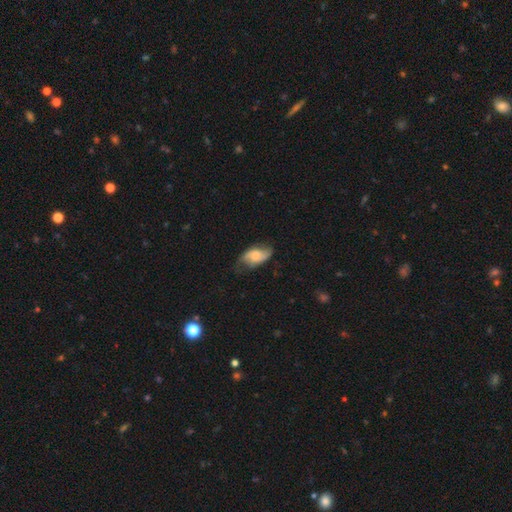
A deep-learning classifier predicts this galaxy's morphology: A featured or disk galaxy (49%).

Vote fractions:
- Smooth or featured? featured or disk: 49% / smooth: 44% / star or artifact: 8%
- Merging? none: 61% / minor disturbance: 27% / major disturbance: 10% / merger: 2%